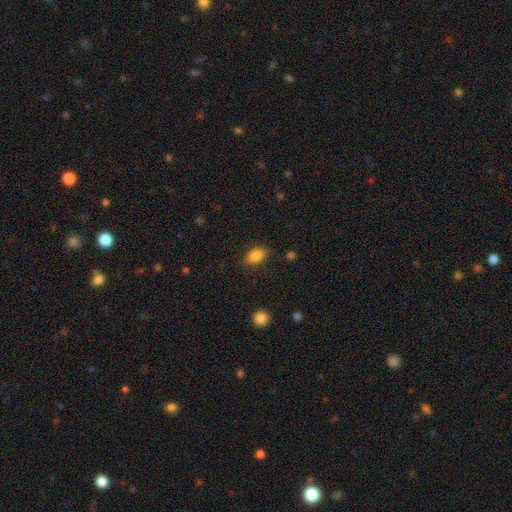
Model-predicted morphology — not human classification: type=smooth (86%); roundness=in between (89%); merging=none (85%).